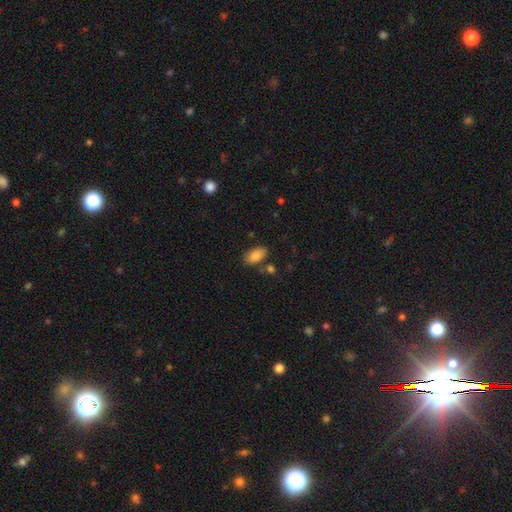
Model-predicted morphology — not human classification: This is clearly a smooth galaxy (86%). How rounded: clearly in between (93%). Merging: likely none (79%).